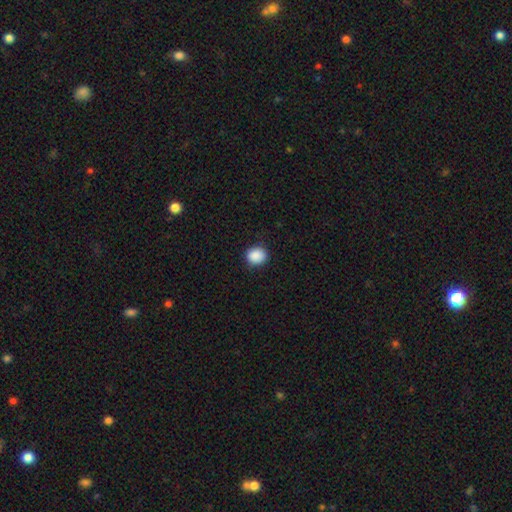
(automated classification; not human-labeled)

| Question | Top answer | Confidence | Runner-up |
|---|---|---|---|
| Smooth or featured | smooth | 89% | star or artifact (8%) |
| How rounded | round | 61% | in between (38%) |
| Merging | none | 88% | minor disturbance (9%) |